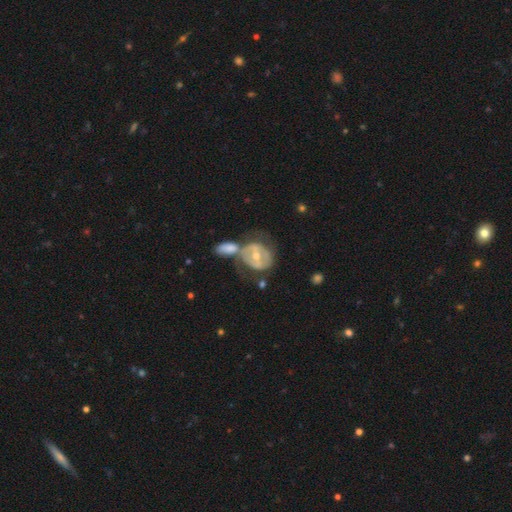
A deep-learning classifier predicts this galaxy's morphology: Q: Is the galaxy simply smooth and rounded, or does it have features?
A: featured or disk — 67%.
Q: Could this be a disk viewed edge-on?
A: no — 95%.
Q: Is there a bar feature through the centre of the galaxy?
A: no — 37%.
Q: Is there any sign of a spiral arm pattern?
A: no — 57%.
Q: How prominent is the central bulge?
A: moderate — 67%.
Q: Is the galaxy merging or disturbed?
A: merger — 38%.